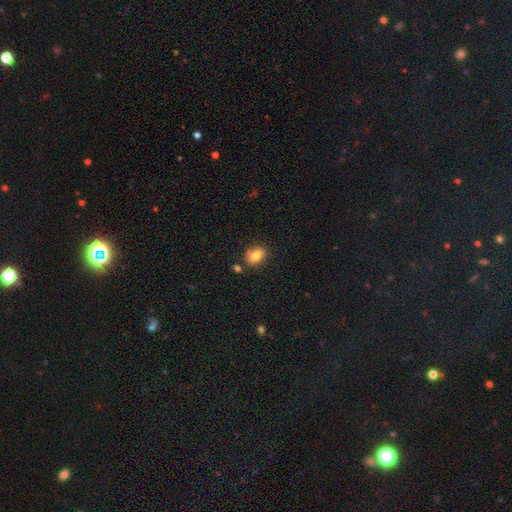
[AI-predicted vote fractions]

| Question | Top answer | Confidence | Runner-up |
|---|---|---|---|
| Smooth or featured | smooth | 79% | featured or disk (12%) |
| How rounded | in between | 69% | round (30%) |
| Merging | none | 76% | minor disturbance (14%) |